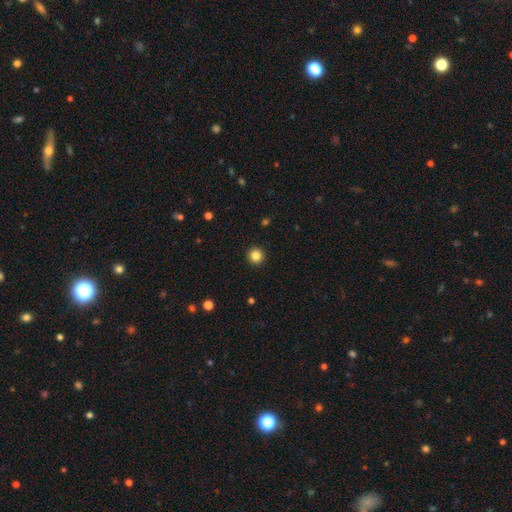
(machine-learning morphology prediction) Q: Smooth or featured?
A: smooth (85%); runner-up: star or artifact (11%)
Q: How rounded?
A: round (96%); runner-up: in between (3%)
Q: Merging?
A: none (93%); runner-up: minor disturbance (4%)